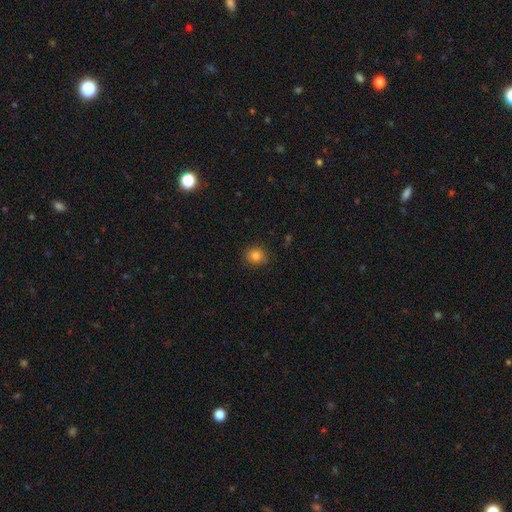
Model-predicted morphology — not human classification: This is clearly a smooth galaxy (82%). How rounded: likely round (80%). Merging: clearly none (86%).